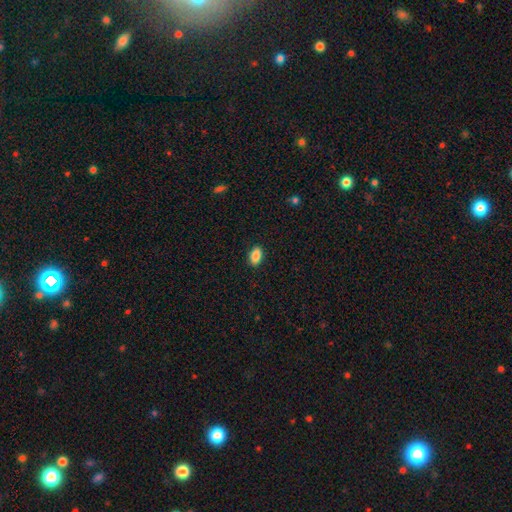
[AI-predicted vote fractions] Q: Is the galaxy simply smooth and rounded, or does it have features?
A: smooth — 88%.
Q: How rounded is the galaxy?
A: in between — 91%.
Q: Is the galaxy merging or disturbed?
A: none — 89%.